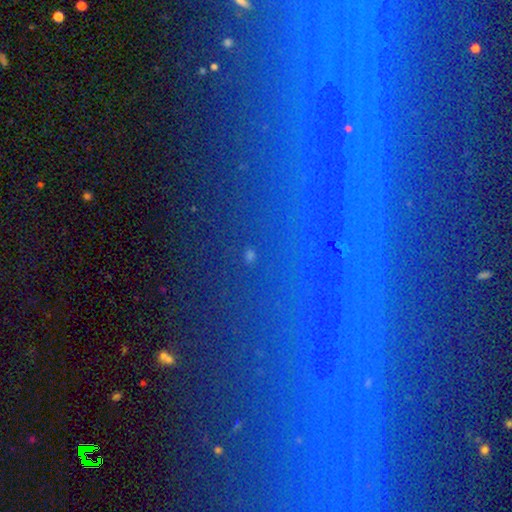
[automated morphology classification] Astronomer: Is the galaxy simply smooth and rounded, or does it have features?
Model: star or artifact — 74%.